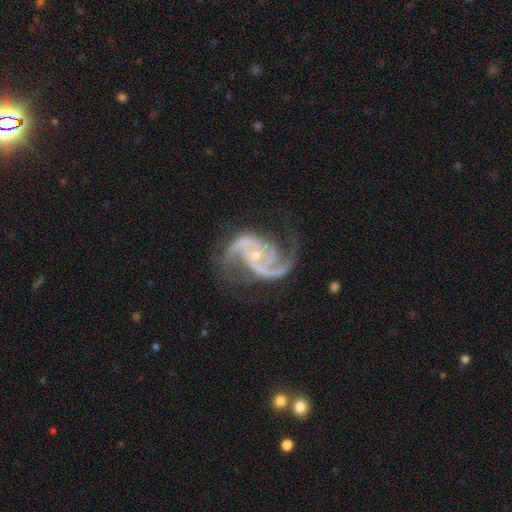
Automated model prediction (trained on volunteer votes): Smooth or featured? Predicted: featured or disk (p=0.93). Edge-on disk? Predicted: no (p=0.98). Bar? Predicted: no (p=0.59). Spiral arms? Predicted: yes (p=0.99). Spiral winding? Predicted: medium (p=0.59). Spiral arm count? Predicted: 2 (p=0.76). Bulge size? Predicted: small (p=0.75). Merging? Predicted: none (p=0.68).